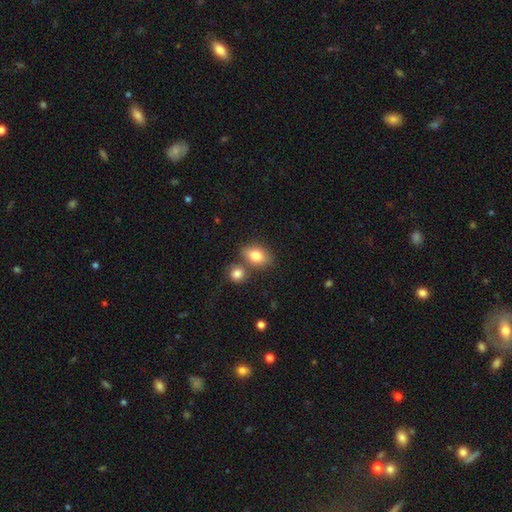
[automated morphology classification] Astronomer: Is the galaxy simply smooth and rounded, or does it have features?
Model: smooth — 77%.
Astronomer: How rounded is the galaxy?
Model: in between — 75%.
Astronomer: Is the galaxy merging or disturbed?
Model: none — 63%.